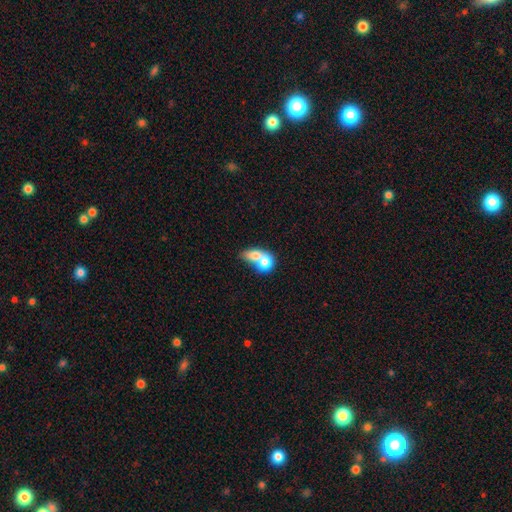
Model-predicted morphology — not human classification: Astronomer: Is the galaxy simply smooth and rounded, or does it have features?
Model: smooth — 71%.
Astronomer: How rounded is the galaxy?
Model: in between — 55% (runner-up: round, 43%).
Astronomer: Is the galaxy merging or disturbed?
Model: merger — 74%.